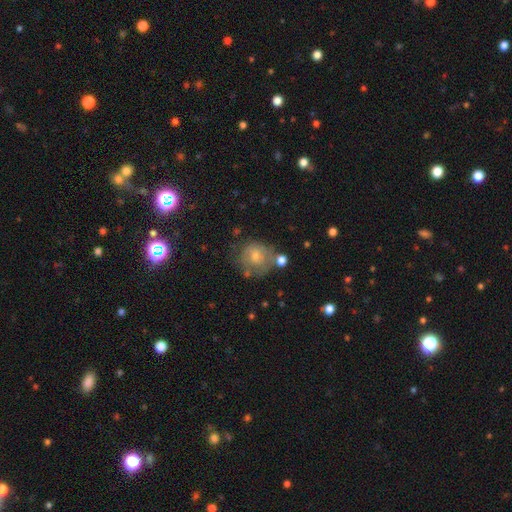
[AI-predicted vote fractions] This appears to be a smooth galaxy with no disk features (44%). Merging: none (63%).